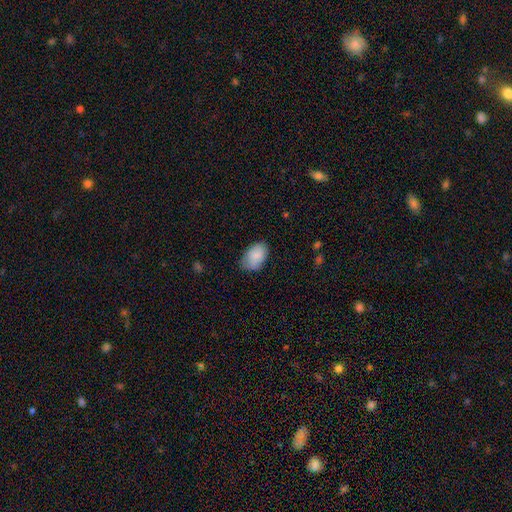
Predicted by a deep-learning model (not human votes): smooth 81%, featured or disk 12%, star or artifact 6%. Down the decision tree: how rounded — in between (89%); merging — none (67%).